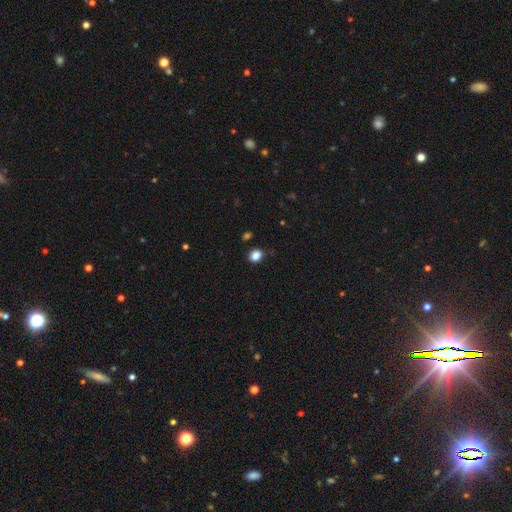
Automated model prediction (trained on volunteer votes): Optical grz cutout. It shows a smooth galaxy with no disk features (85%) that is round (51%). Merging: none (82%).